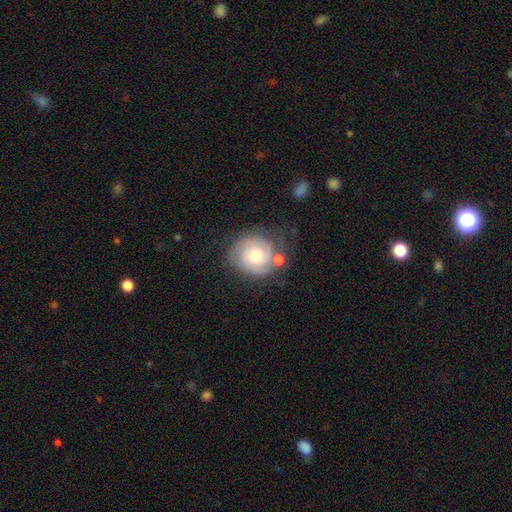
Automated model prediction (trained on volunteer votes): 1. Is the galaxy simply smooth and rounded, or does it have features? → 67% featured or disk, 27% smooth, 7% star or artifact.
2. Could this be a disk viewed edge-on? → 97% no, 3% yes.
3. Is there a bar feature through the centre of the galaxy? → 79% no, 18% weak, 3% strong.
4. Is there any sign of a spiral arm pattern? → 87% yes, 13% no.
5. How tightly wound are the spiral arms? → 67% tight, 25% medium, 7% loose.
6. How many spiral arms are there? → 48% 2, 26% can't tell, 13% 3, 6% 1, 3% 4, 3% more than 4.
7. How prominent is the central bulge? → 74% moderate, 15% small, 9% large, 1% dominant, 1% none.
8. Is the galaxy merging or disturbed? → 60% none, 19% minor disturbance, 11% merger, 10% major disturbance.